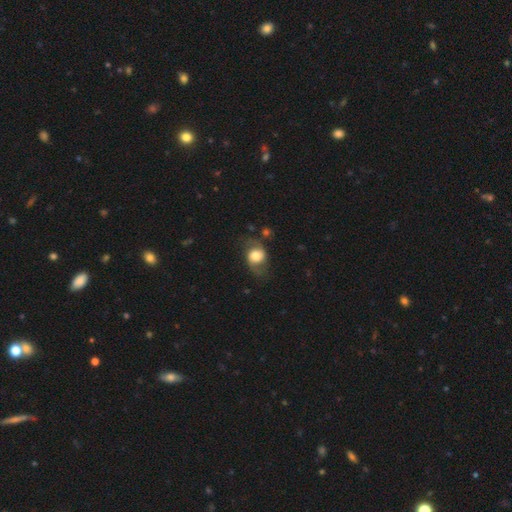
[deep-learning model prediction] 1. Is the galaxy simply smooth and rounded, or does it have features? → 52% smooth, 40% featured or disk, 8% star or artifact.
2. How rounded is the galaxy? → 50% round, 49% in between, 1% cigar-shaped.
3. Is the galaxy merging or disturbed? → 58% none, 24% minor disturbance, 15% major disturbance, 3% merger.